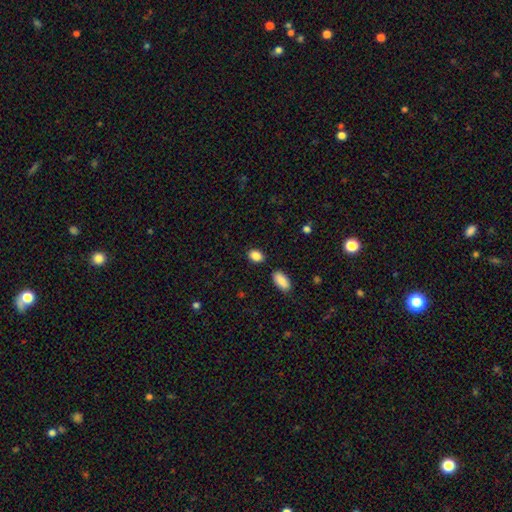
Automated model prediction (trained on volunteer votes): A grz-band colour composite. It shows a smooth galaxy with no disk features (88%) that is in between round and cigar-shaped (82%). Merging: none (84%).